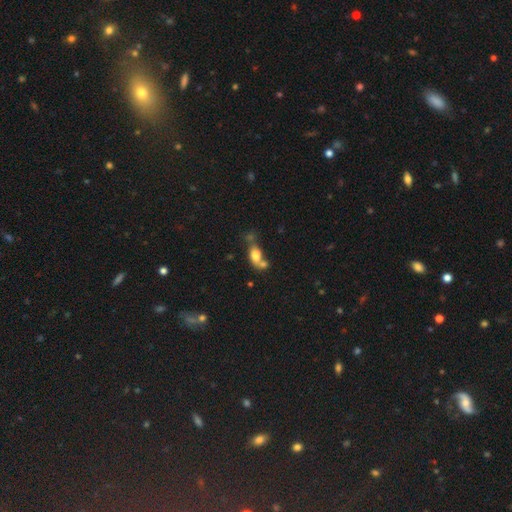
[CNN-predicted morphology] Smooth or featured: smooth — 72% (featured or disk — 17%)
How rounded: in between — 75% (round — 21%)
Merging: merger — 50% (none — 28%)